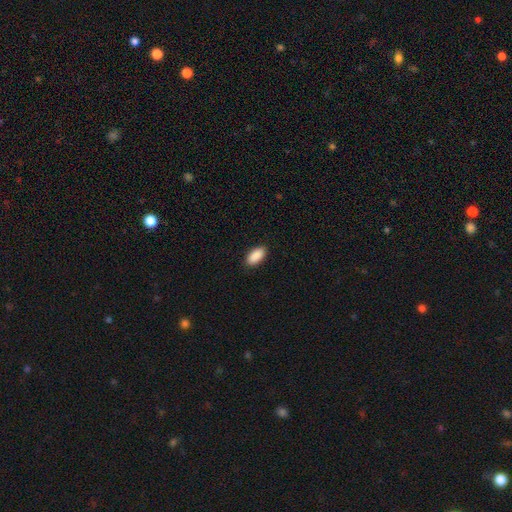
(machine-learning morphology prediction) A smooth galaxy with no disk features (91%) that is in between round and cigar-shaped (94%).

Vote fractions:
- Smooth or featured? smooth: 91% / star or artifact: 6% / featured or disk: 3%
- How rounded? in between: 94% / cigar-shaped: 4% / round: 2%
- Merging? none: 89% / minor disturbance: 8% / major disturbance: 2% / merger: 1%